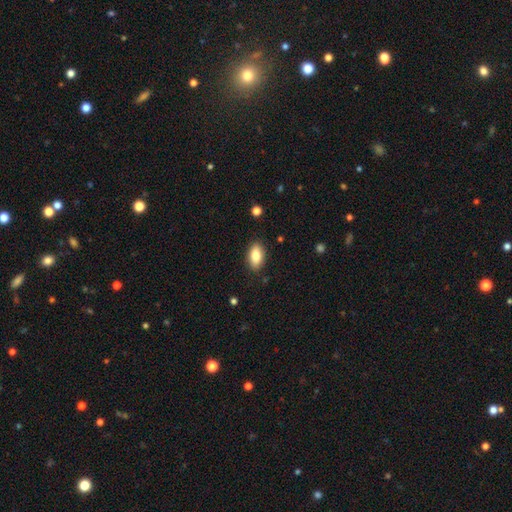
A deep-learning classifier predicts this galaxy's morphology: A smooth galaxy with no disk features (83%) that is in between round and cigar-shaped (91%).

Vote fractions:
- Smooth or featured? smooth: 83% / featured or disk: 10% / star or artifact: 7%
- How rounded? in between: 91% / round: 5% / cigar-shaped: 4%
- Merging? none: 87% / minor disturbance: 9% / major disturbance: 2% / merger: 1%